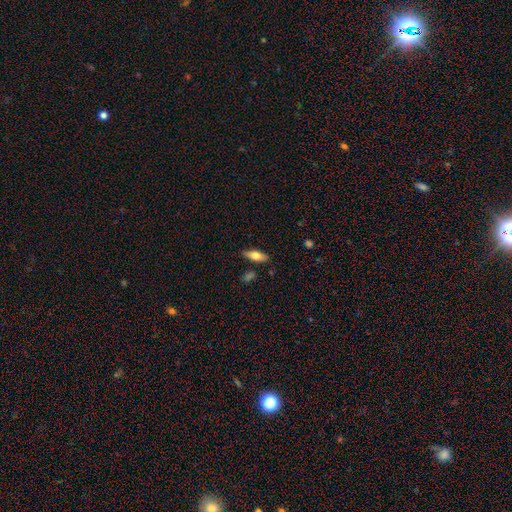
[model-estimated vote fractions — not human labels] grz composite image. It shows a smooth galaxy with no disk features (67%) that is in between round and cigar-shaped (63%). Merging: none (83%).